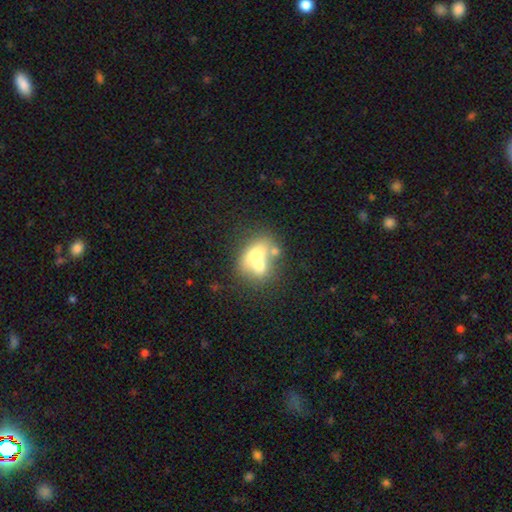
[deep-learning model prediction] Q: Smooth or featured?
A: smooth (61%); runner-up: featured or disk (29%)
Q: How rounded?
A: in between (56%); runner-up: round (42%)
Q: Merging?
A: merger (63%); runner-up: none (24%)